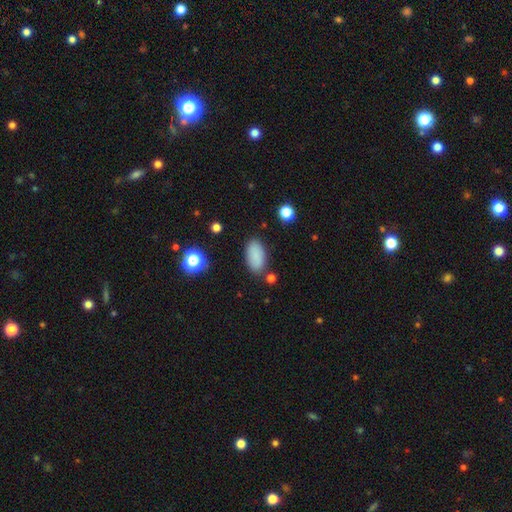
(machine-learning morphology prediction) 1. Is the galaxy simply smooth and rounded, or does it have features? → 86% smooth, 9% star or artifact, 5% featured or disk.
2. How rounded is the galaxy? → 94% in between, 3% round, 3% cigar-shaped.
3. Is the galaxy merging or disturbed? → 83% none, 11% minor disturbance, 3% major disturbance, 3% merger.